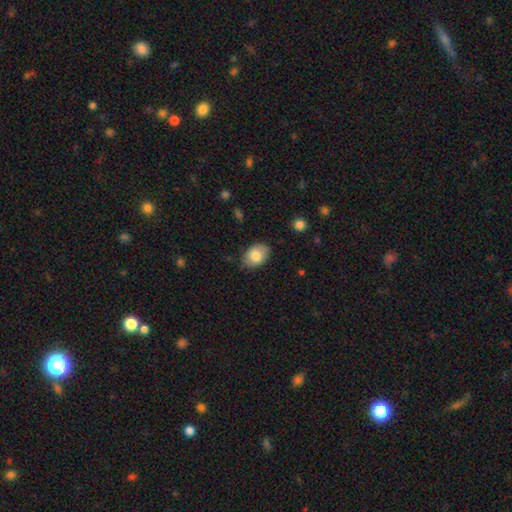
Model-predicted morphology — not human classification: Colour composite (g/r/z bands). It shows a smooth galaxy with no disk features (80%) that is in between round and cigar-shaped (81%). Merging: none (78%).